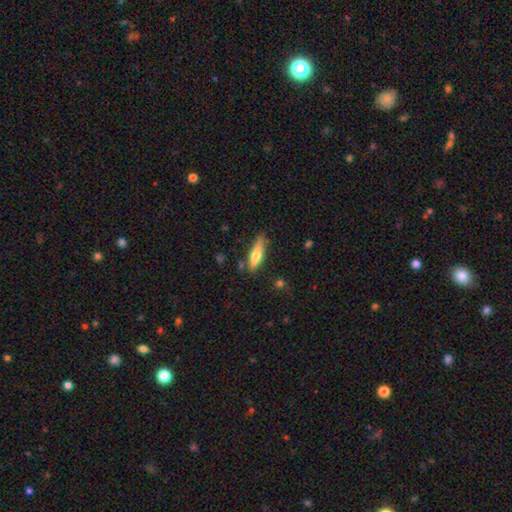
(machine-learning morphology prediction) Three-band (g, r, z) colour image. It shows a smooth galaxy with no disk features (65%) that is cigar-shaped (66%). Merging: none (77%).